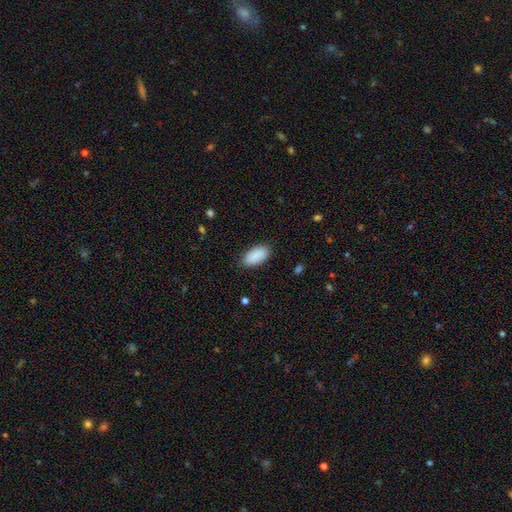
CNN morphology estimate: smooth_or_featured: smooth (p=0.91) [alt: star or artifact p=0.06]
how_rounded: in between (p=0.95) [alt: cigar-shaped p=0.03]
merging: none (p=0.86) [alt: minor disturbance p=0.10]